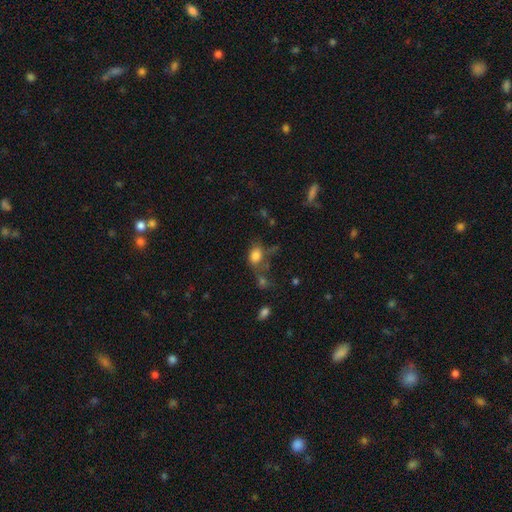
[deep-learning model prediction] A smooth galaxy with no disk features (79%) that is in between round and cigar-shaped (66%).

Vote fractions:
- Smooth or featured? smooth: 79% / star or artifact: 11% / featured or disk: 10%
- How rounded? in between: 66% / round: 32% / cigar-shaped: 2%
- Merging? none: 40% / merger: 21% / minor disturbance: 20% / major disturbance: 18%